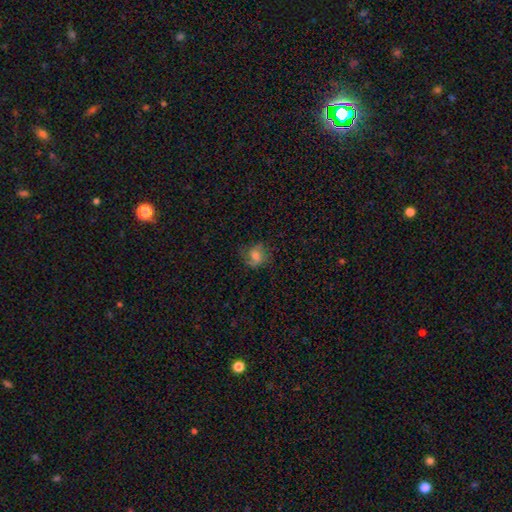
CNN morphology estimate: Smooth or featured? smooth (56%)
How rounded? round (65%)
Merging? none (63%)